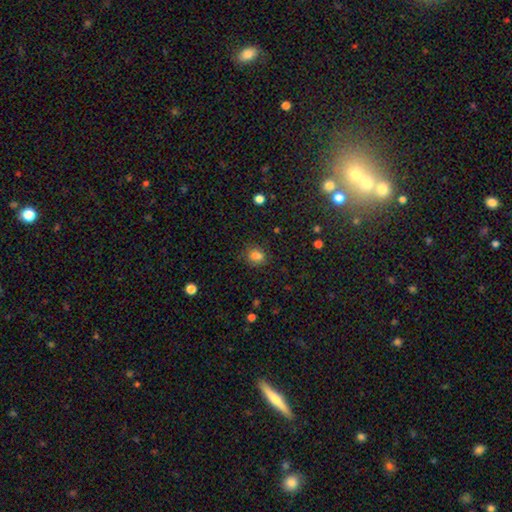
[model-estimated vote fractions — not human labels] smooth_or_featured: smooth (p=0.79) [alt: star or artifact p=0.14]
how_rounded: in between (p=0.50) [alt: round p=0.48]
merging: none (p=0.72) [alt: minor disturbance p=0.17]